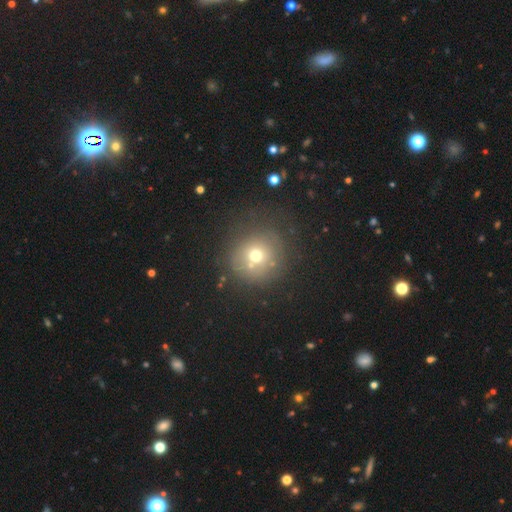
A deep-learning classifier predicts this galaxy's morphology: smooth_or_featured: smooth (p=0.64) [alt: featured or disk p=0.18]
how_rounded: round (p=0.91) [alt: in between p=0.08]
merging: none (p=0.67) [alt: minor disturbance p=0.13]